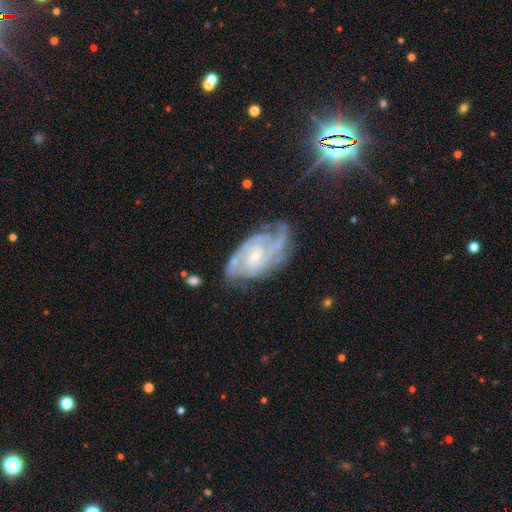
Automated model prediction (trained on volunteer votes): Smooth or featured? featured or disk (87%)
Edge-on disk? no (96%)
Bar? no (56%)
Spiral arms? yes (96%)
Spiral winding? tight (54%)
Spiral arm count? 2 (37%)
Bulge size? small (73%)
Merging? none (61%)